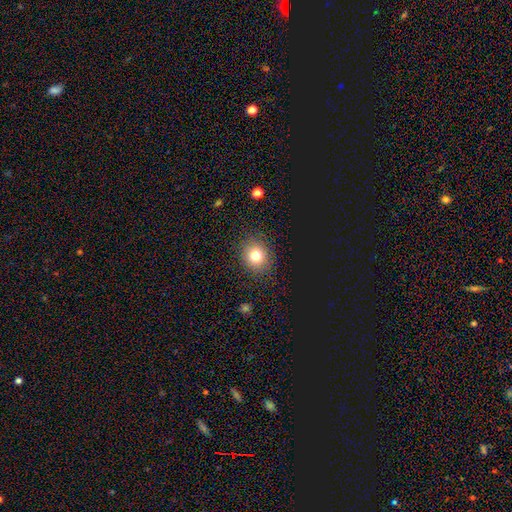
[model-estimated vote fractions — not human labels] Smooth or featured?
  - smooth: 78% *
  - star or artifact: 14%
  - featured or disk: 8%
How rounded?
  - round: 75% *
  - in between: 24%
  - cigar-shaped: 1%
Merging?
  - none: 87% *
  - minor disturbance: 9%
  - major disturbance: 3%
  - merger: 1%